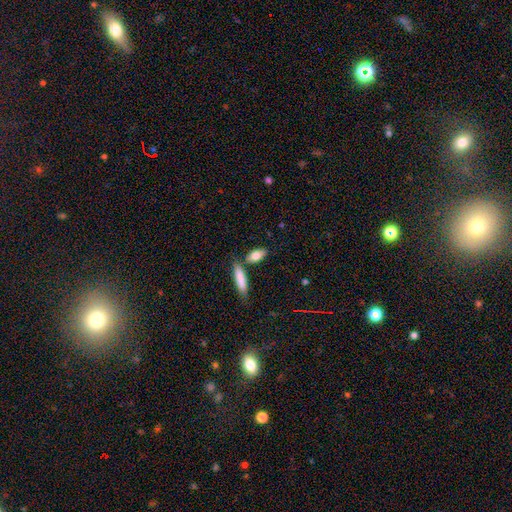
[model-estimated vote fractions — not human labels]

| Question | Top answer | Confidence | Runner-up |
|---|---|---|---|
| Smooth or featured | smooth | 81% | featured or disk (12%) |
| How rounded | in between | 75% | cigar-shaped (21%) |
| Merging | none | 70% | merger (15%) |